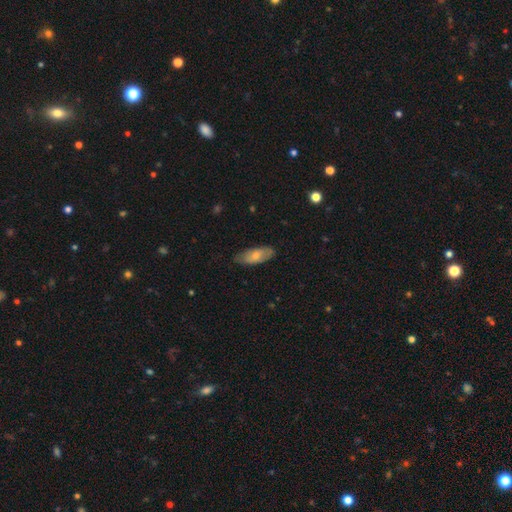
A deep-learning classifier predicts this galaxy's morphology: Q: Smooth or featured?
A: smooth (66%); runner-up: featured or disk (29%)
Q: How rounded?
A: in between (82%); runner-up: cigar-shaped (16%)
Q: Merging?
A: none (77%); runner-up: minor disturbance (19%)